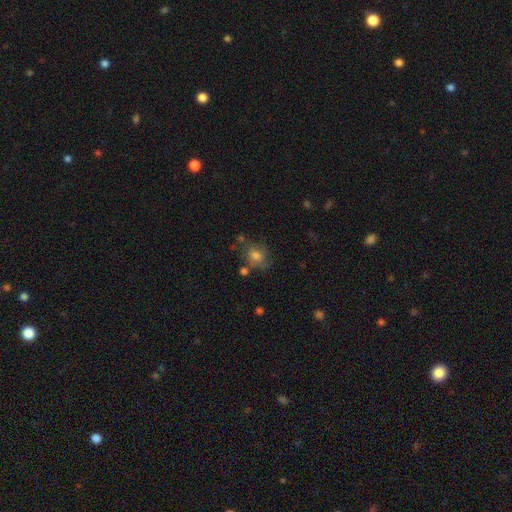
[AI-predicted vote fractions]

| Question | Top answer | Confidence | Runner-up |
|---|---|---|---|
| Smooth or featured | smooth | 62% | featured or disk (27%) |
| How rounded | round | 53% | in between (46%) |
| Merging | none | 55% | minor disturbance (24%) |